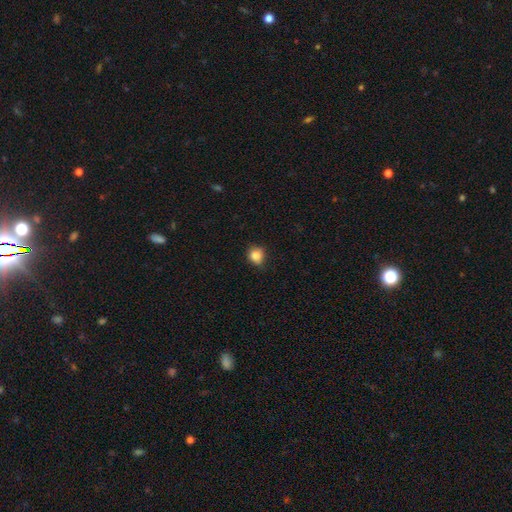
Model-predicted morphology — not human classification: type=smooth (85%); roundness=round (78%); merging=none (77%).